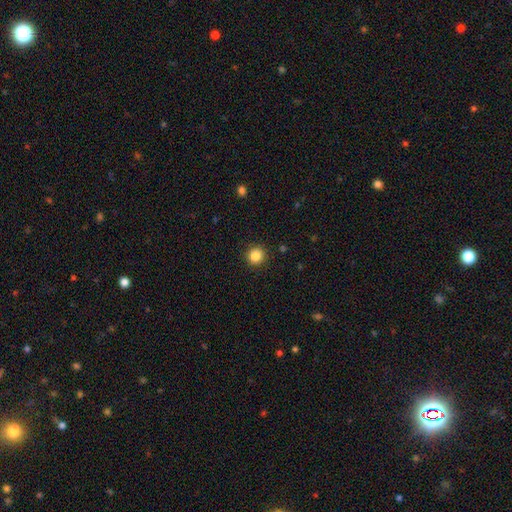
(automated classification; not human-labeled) Smooth or featured?
  - smooth: 86% *
  - star or artifact: 10%
  - featured or disk: 4%
How rounded?
  - round: 92% *
  - in between: 7%
  - cigar-shaped: 1%
Merging?
  - none: 91% *
  - minor disturbance: 6%
  - major disturbance: 2%
  - merger: 1%